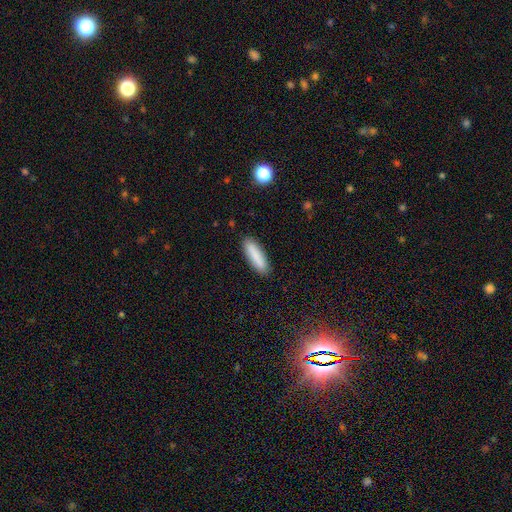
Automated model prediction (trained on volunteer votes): Overall: smooth (86%). How rounded: cigar-shaped (65%; in between 34%). Merging: none (89%).